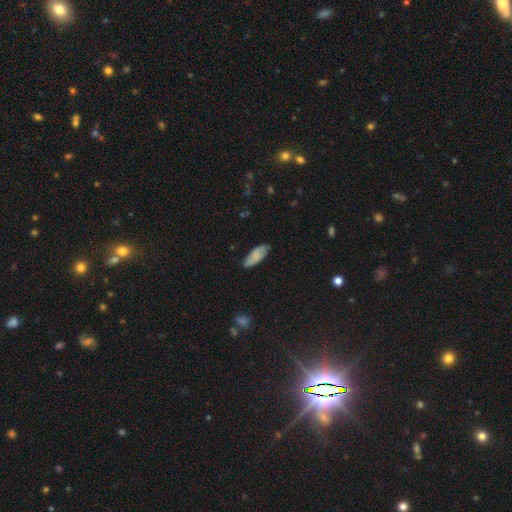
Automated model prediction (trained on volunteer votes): Smooth or featured? smooth (75%)
How rounded? in between (79%)
Merging? none (70%)